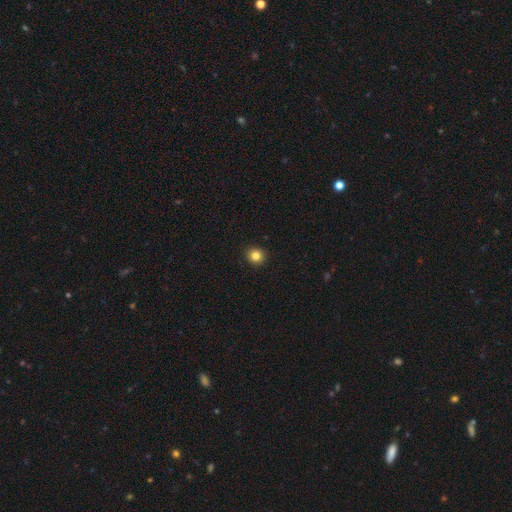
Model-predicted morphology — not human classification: A smooth galaxy with no disk features (84%) that is round (91%). Merging: none (93%).